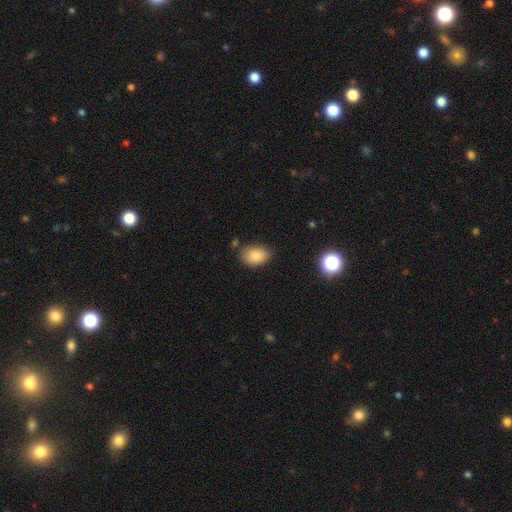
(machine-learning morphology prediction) Overall: smooth (84%). How rounded: in between (81%). Merging: none (77%).